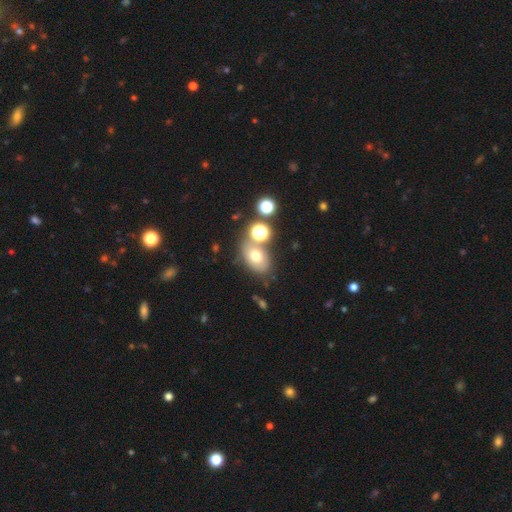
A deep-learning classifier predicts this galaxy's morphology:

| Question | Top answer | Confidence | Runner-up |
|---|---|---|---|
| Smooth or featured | smooth | 66% | featured or disk (19%) |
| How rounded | in between | 75% | round (23%) |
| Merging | none | 60% | merger (19%) |